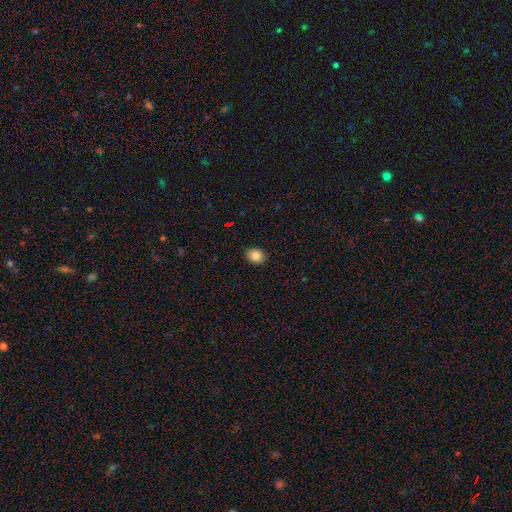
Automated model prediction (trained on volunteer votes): The model was most divided on "how rounded": round: 53%, in between: 46%, cigar-shaped: 1%. More confident: merging — none (89%); smooth or featured — smooth (85%).